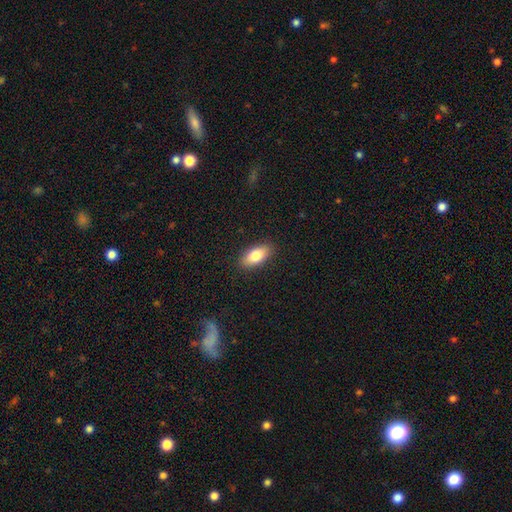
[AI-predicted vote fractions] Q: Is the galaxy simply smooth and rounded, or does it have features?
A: smooth — 81%.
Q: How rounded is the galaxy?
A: in between — 87%.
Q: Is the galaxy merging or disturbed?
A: none — 89%.